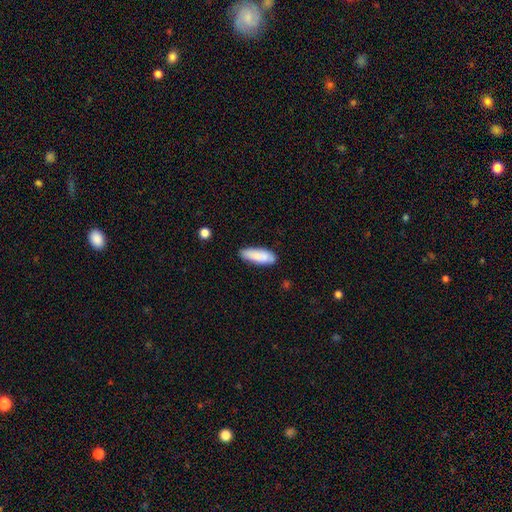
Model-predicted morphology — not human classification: smooth-or-featured: smooth: 84% | featured or disk: 10% | star or artifact: 6%
  how-rounded: in between: 66% | cigar-shaped: 32% | round: 2%
  merging: none: 79% | minor disturbance: 16% | major disturbance: 3% | merger: 2%